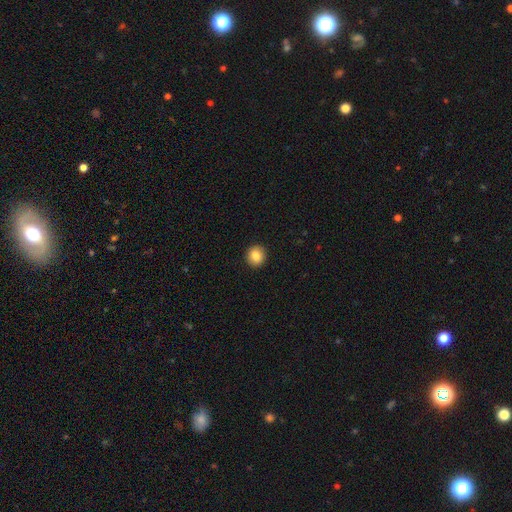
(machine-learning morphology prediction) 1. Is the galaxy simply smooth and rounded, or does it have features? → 85% smooth, 9% star or artifact, 6% featured or disk.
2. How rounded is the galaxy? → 86% round, 13% in between, 1% cigar-shaped.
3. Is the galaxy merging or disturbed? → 92% none, 6% minor disturbance, 2% major disturbance, 1% merger.